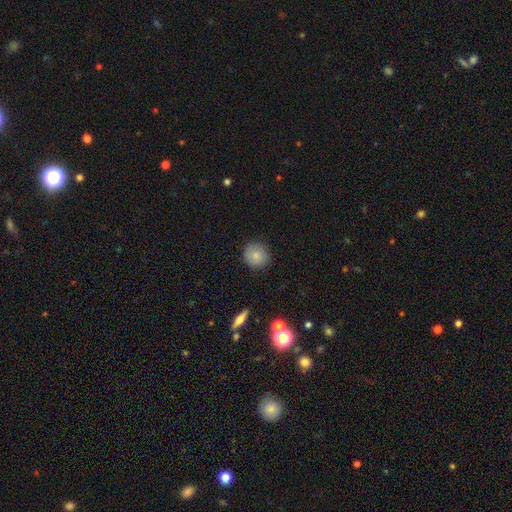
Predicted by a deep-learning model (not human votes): Smooth or featured? Predicted: smooth (p=0.84). How rounded? Predicted: round (p=0.90). Merging? Predicted: none (p=0.87).